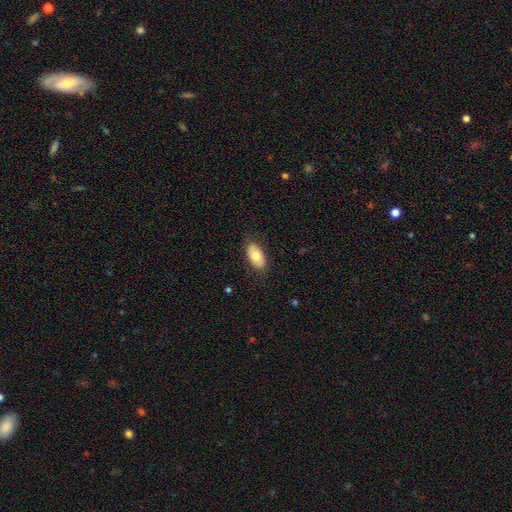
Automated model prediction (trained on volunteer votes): Q: Smooth or featured?
A: smooth (74%); runner-up: featured or disk (20%)
Q: How rounded?
A: in between (94%); runner-up: round (4%)
Q: Merging?
A: none (83%); runner-up: minor disturbance (13%)